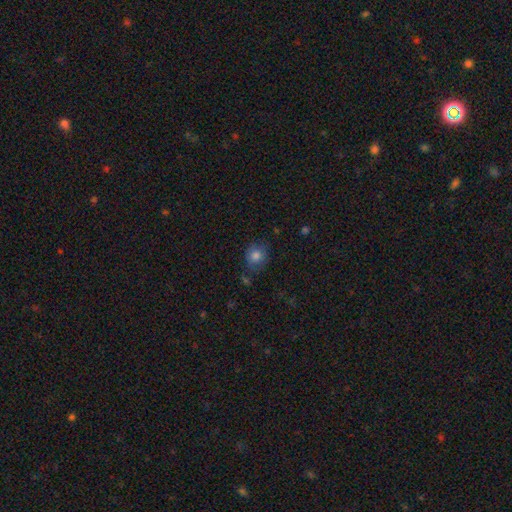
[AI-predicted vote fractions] Smooth or featured? smooth (81%)
How rounded? round (77%)
Merging? none (74%)